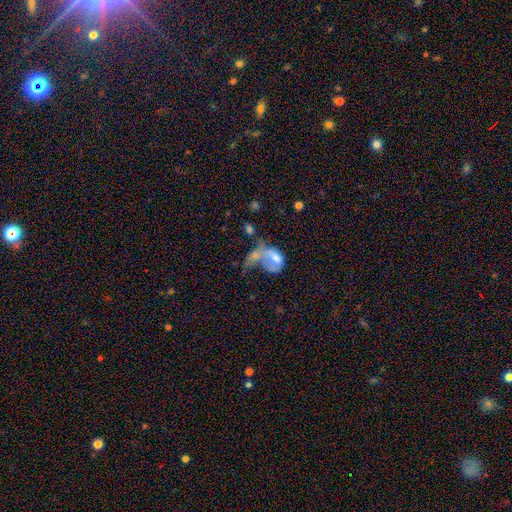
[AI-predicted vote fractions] Q: Smooth or featured?
A: featured or disk (47%); runner-up: smooth (40%)
Q: Merging?
A: major disturbance (39%); tied with: merger (39%)